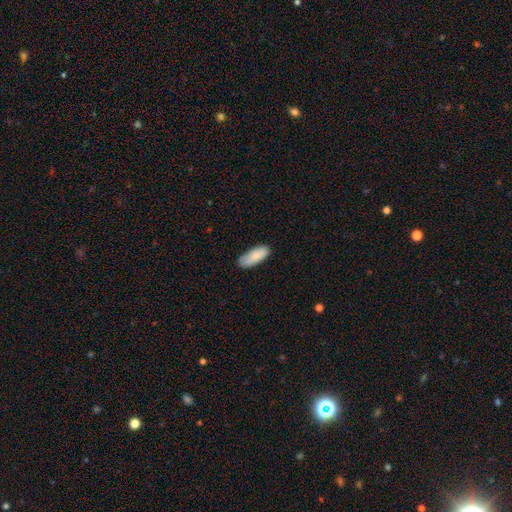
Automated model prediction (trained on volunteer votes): smooth 86%, featured or disk 7%, star or artifact 6%. Down the decision tree: how rounded — in between (75%); merging — none (79%).